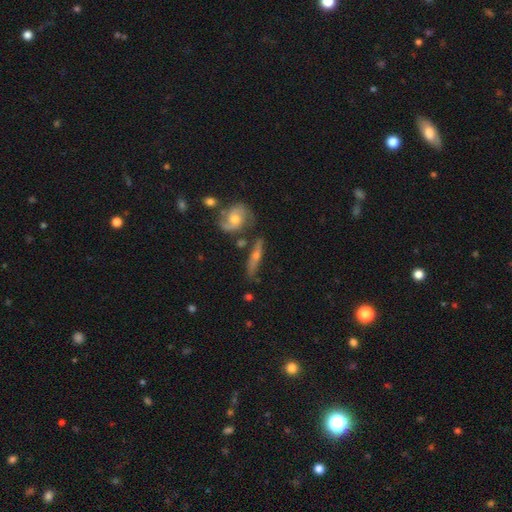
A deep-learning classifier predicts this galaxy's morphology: smooth-or-featured: featured or disk: 66% | smooth: 27% | star or artifact: 7%
  disk-edge-on: yes: 72% | no: 28%
  merging: none: 66% | minor disturbance: 17% | merger: 12% | major disturbance: 5%